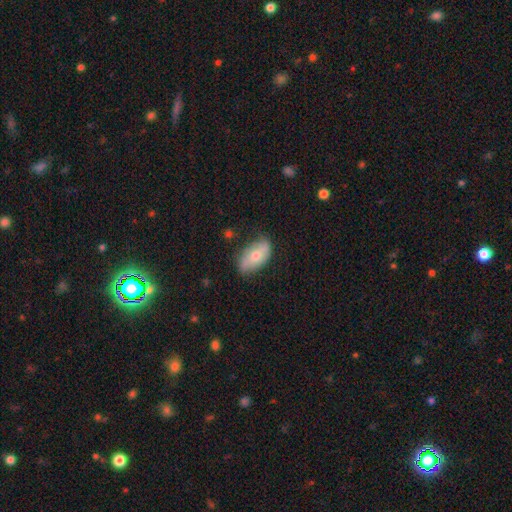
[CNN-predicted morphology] smooth 62%, featured or disk 31%, star or artifact 7%. Down the decision tree: how rounded — in between (92%); merging — none (70%).